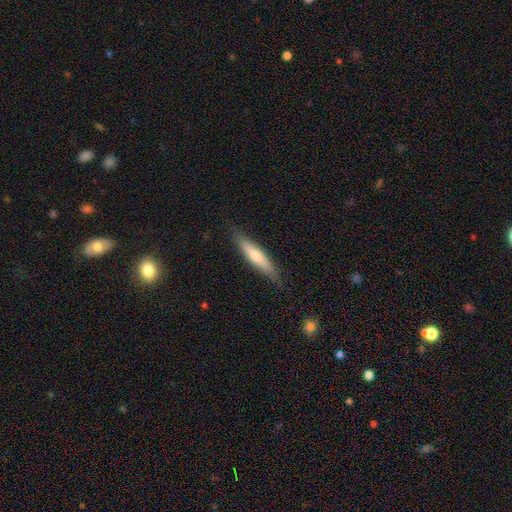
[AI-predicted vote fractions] Smooth or featured?
  - smooth: 68% *
  - featured or disk: 26%
  - star or artifact: 5%
How rounded?
  - cigar-shaped: 85% *
  - in between: 14%
  - round: 1%
Merging?
  - none: 85% *
  - minor disturbance: 11%
  - major disturbance: 2%
  - merger: 1%